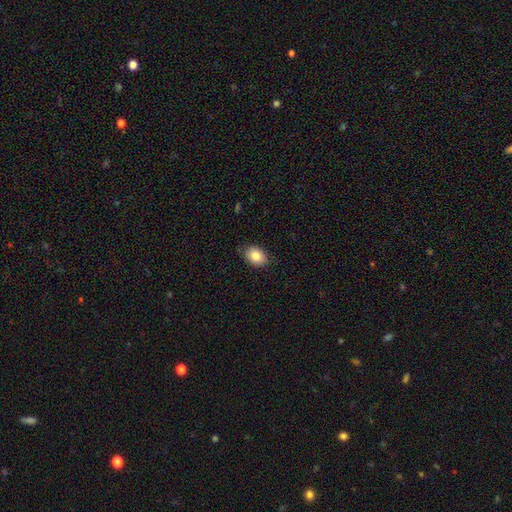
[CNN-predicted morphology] type=smooth (85%); roundness=in between (72%); merging=none (82%).